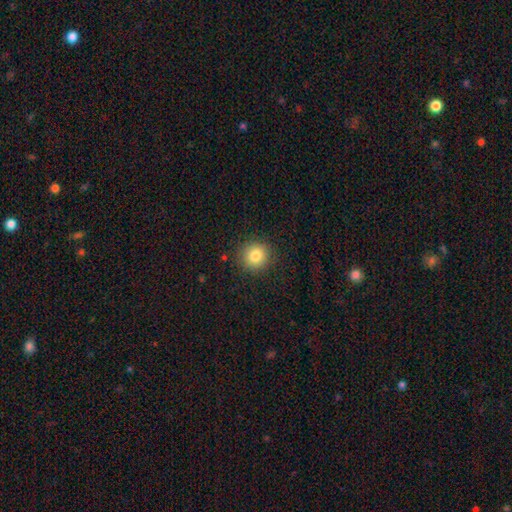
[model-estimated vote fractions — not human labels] Smooth or featured? smooth (82%)
How rounded? round (88%)
Merging? none (89%)